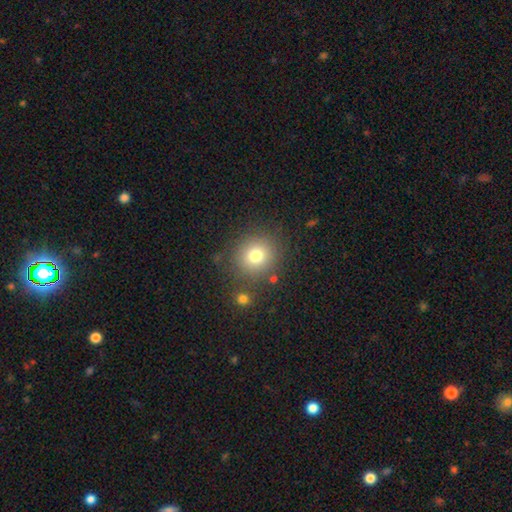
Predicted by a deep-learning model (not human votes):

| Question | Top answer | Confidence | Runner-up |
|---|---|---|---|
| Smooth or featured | smooth | 75% | star or artifact (14%) |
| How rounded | round | 87% | in between (12%) |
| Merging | none | 82% | minor disturbance (9%) |